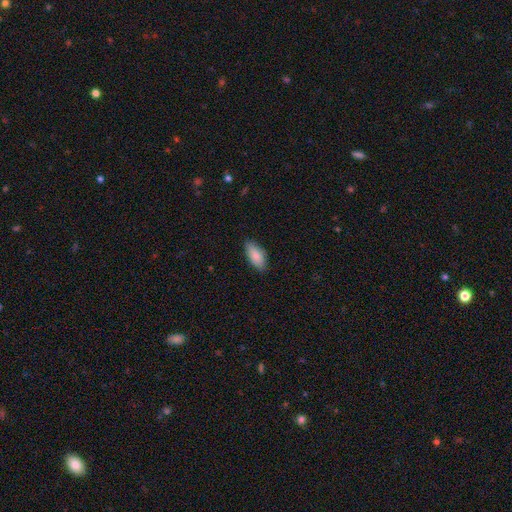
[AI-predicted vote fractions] Morphology: type=smooth (87%); roundness=in between (89%); merging=none (81%).